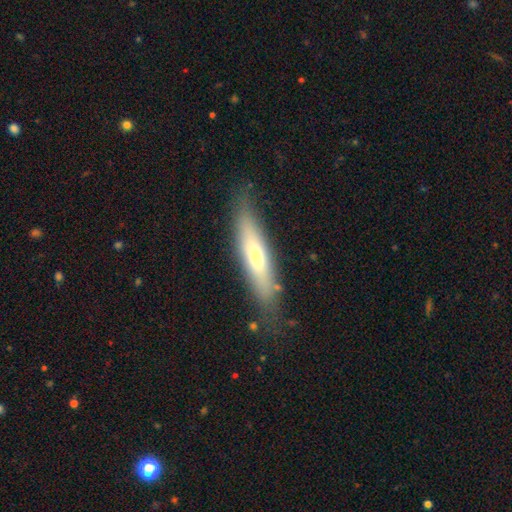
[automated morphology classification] Smooth or featured: smooth — 62% (featured or disk — 32%)
How rounded: cigar-shaped — 76% (in between — 23%)
Merging: none — 80% (minor disturbance — 14%)